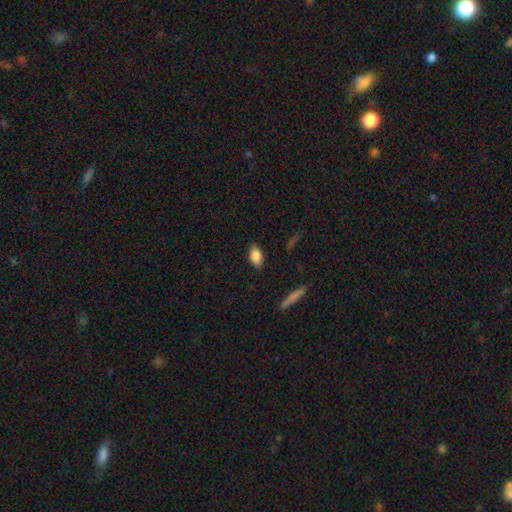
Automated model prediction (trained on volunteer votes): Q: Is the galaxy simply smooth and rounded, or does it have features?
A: smooth — 84%.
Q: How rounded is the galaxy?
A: in between — 90%.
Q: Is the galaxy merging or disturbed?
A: none — 85%.